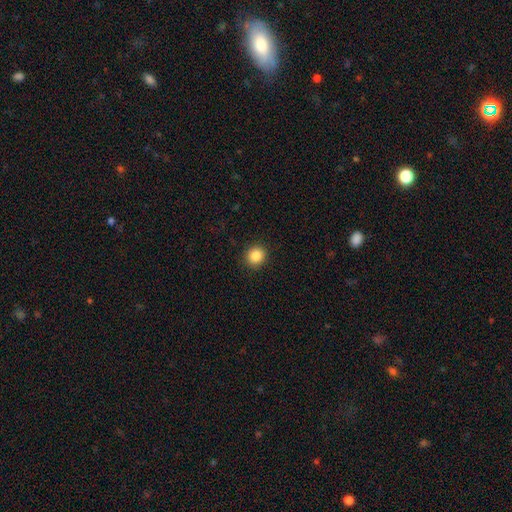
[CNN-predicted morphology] smooth_or_featured: smooth (p=0.87) [alt: star or artifact p=0.10]
how_rounded: round (p=0.86) [alt: in between p=0.13]
merging: none (p=0.91) [alt: minor disturbance p=0.06]